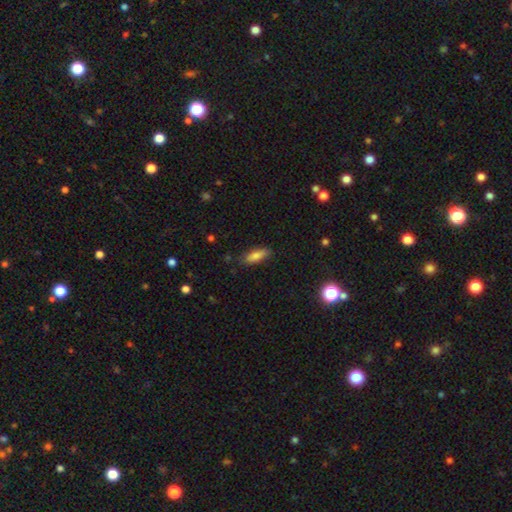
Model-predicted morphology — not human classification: smooth_or_featured: smooth (p=0.78) [alt: featured or disk p=0.15]
how_rounded: in between (p=0.57) [alt: cigar-shaped p=0.41]
merging: none (p=0.82) [alt: minor disturbance p=0.14]